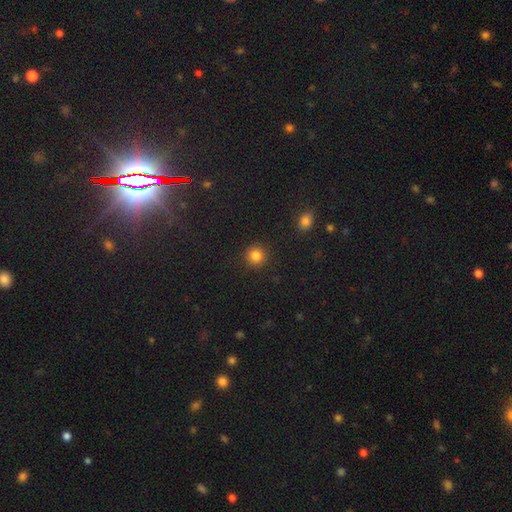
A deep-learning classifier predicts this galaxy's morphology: A smooth galaxy with no disk features (84%) that is round (94%). Merging: none (92%).